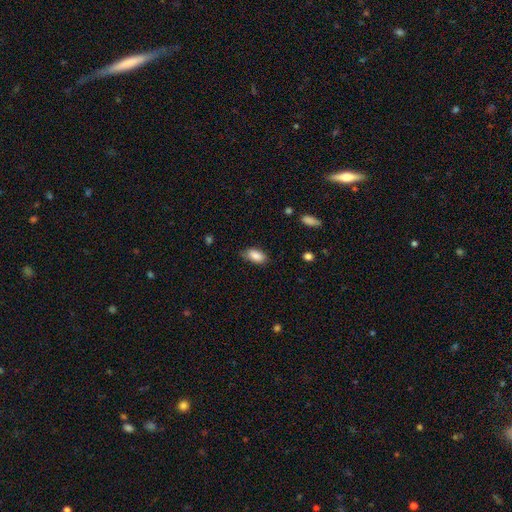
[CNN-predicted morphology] smooth-or-featured: smooth: 87% | star or artifact: 7% | featured or disk: 6%
  how-rounded: in between: 91% | cigar-shaped: 5% | round: 4%
  merging: none: 75% | minor disturbance: 20% | major disturbance: 4% | merger: 1%